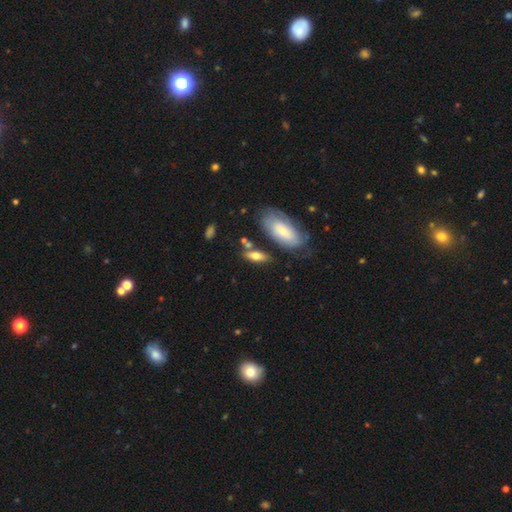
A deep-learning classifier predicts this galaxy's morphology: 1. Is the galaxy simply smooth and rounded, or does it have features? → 65% smooth, 28% featured or disk, 8% star or artifact.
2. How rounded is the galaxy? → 71% in between, 24% cigar-shaped, 5% round.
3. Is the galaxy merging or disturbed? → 64% none, 17% minor disturbance, 13% merger, 6% major disturbance.